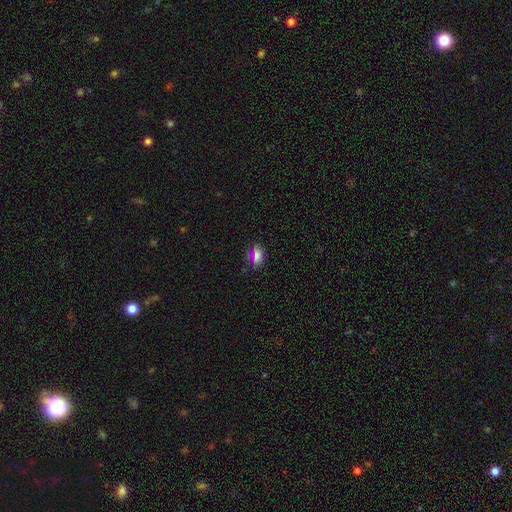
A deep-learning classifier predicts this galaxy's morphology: This is likely a smooth galaxy (70%). How rounded: likely in between (73%). Merging: likely none (78%).